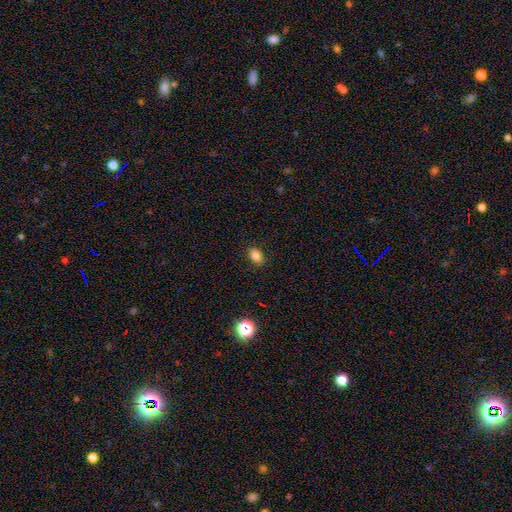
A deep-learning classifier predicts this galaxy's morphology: Smooth or featured?
  - smooth: 82% *
  - star or artifact: 11%
  - featured or disk: 7%
How rounded?
  - in between: 80% *
  - round: 18%
  - cigar-shaped: 2%
Merging?
  - none: 87% *
  - minor disturbance: 9%
  - major disturbance: 2%
  - merger: 1%